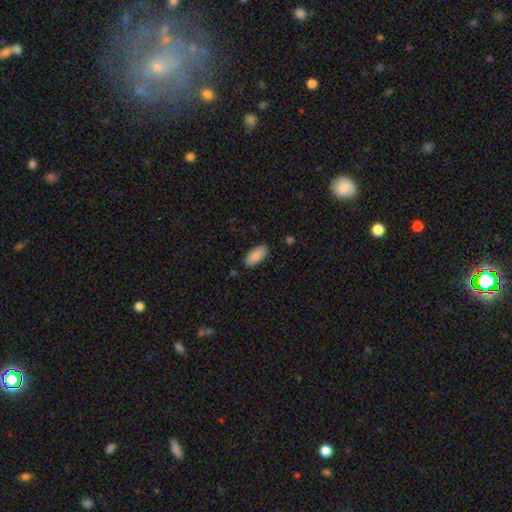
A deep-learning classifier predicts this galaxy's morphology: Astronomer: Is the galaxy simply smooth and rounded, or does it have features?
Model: smooth — 90%.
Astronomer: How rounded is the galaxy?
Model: in between — 90%.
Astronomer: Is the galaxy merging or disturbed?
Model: none — 86%.